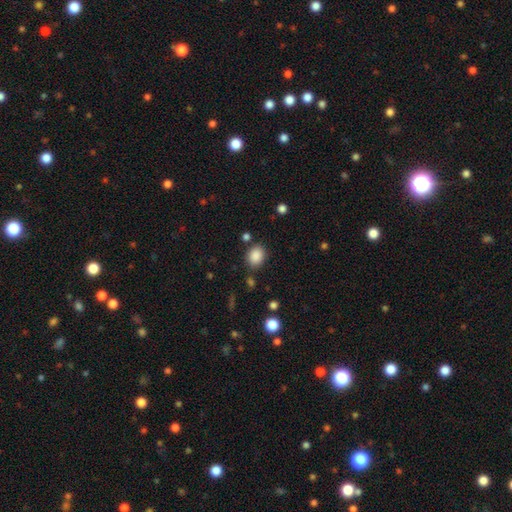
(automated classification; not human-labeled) Overall: smooth (87%). How rounded: in between (50%; round 49%). Merging: none (80%).